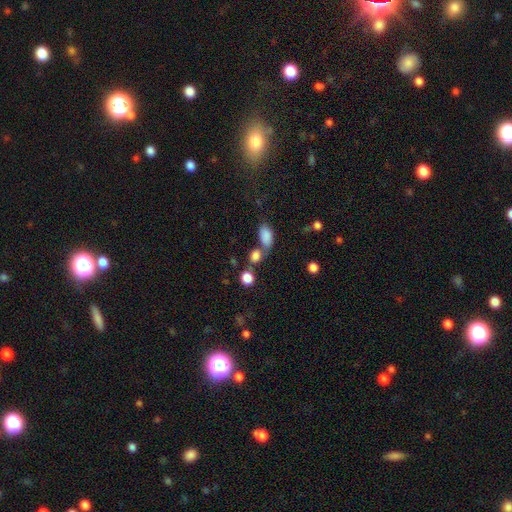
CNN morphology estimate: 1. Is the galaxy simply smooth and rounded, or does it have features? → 82% smooth, 12% star or artifact, 6% featured or disk.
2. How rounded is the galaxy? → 51% in between, 46% round, 3% cigar-shaped.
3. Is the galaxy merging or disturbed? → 49% none, 36% merger, 10% minor disturbance, 5% major disturbance.